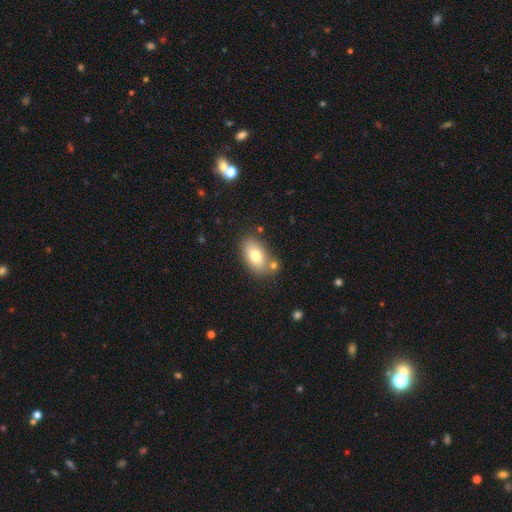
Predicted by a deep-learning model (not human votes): Q: Smooth or featured?
A: smooth (76%); runner-up: featured or disk (16%)
Q: How rounded?
A: in between (90%); runner-up: round (7%)
Q: Merging?
A: none (69%); runner-up: minor disturbance (14%)